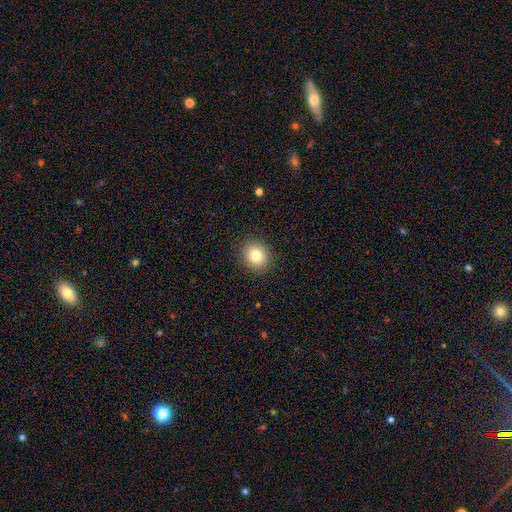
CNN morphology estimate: smooth-or-featured: smooth: 80% | star or artifact: 11% | featured or disk: 9%
  how-rounded: round: 81% | in between: 18% | cigar-shaped: 1%
  merging: none: 90% | minor disturbance: 7% | major disturbance: 2% | merger: 1%